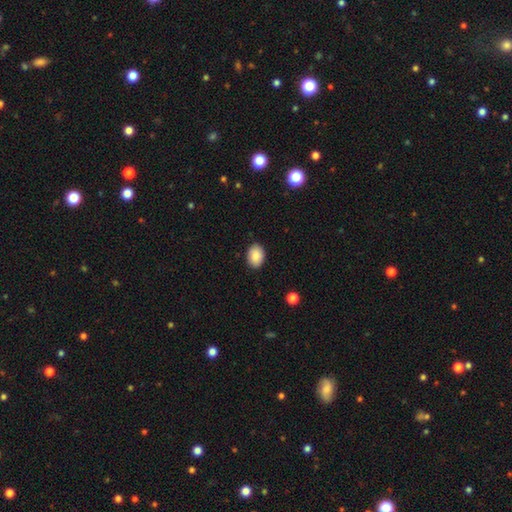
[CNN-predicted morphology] Overall: smooth (88%). How rounded: in between (75%). Merging: none (88%).